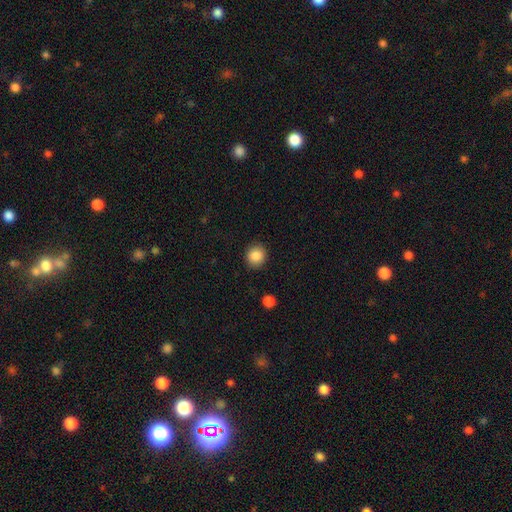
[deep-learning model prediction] A smooth galaxy with no disk features (87%) that is round (86%).

Vote fractions:
- Smooth or featured? smooth: 87% / star or artifact: 9% / featured or disk: 4%
- How rounded? round: 86% / in between: 13% / cigar-shaped: 1%
- Merging? none: 89% / minor disturbance: 7% / major disturbance: 2% / merger: 1%